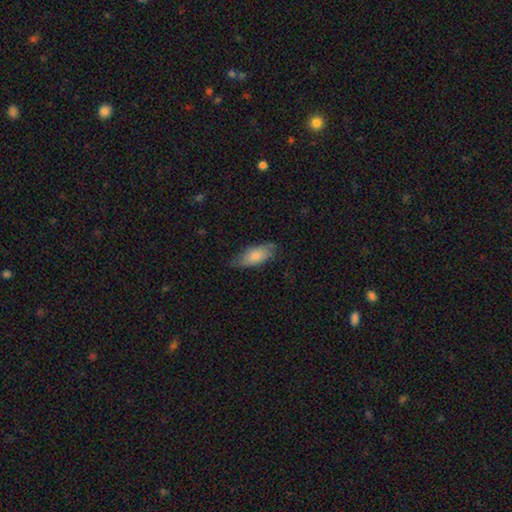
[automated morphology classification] smooth_or_featured: smooth (p=0.76) [alt: featured or disk p=0.18]
how_rounded: in between (p=0.84) [alt: cigar-shaped p=0.14]
merging: none (p=0.65) [alt: minor disturbance p=0.28]